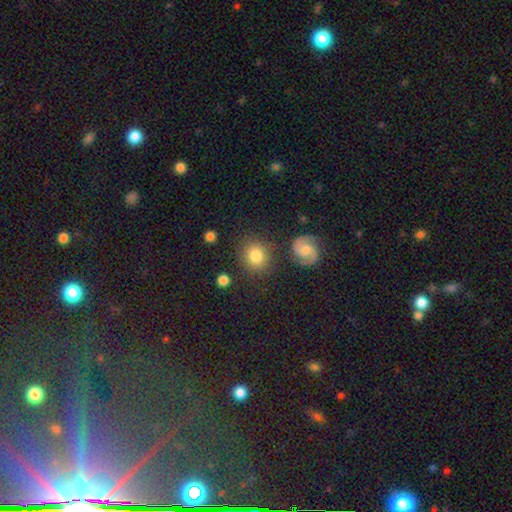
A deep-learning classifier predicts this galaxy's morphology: Smooth or featured? smooth (78%)
How rounded? round (86%)
Merging? none (82%)